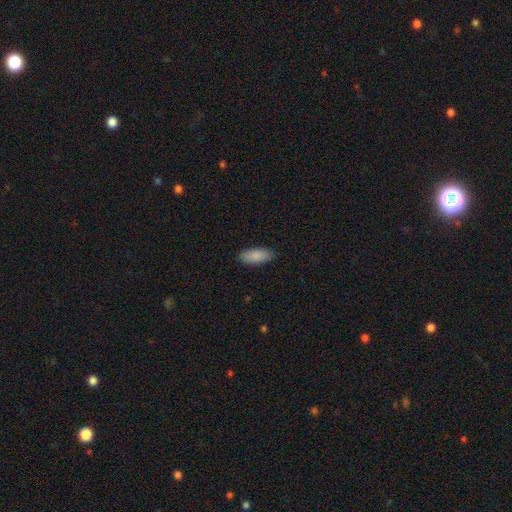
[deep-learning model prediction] Smooth or featured: smooth — 89% (star or artifact — 6%)
How rounded: in between — 82% (cigar-shaped — 17%)
Merging: none — 89% (minor disturbance — 8%)